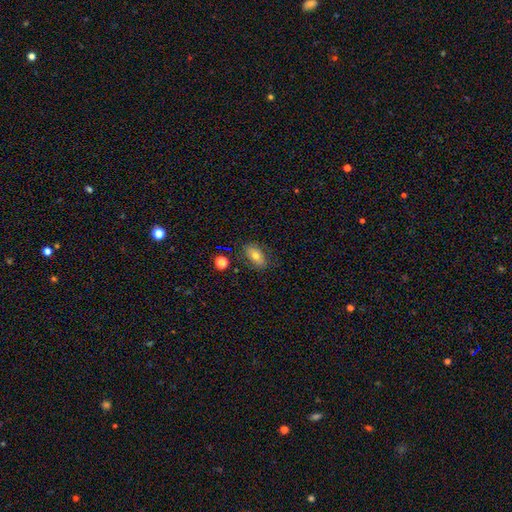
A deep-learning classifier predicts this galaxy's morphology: A smooth galaxy with no disk features (68%) that is in between round and cigar-shaped (87%). Merging: none (80%).